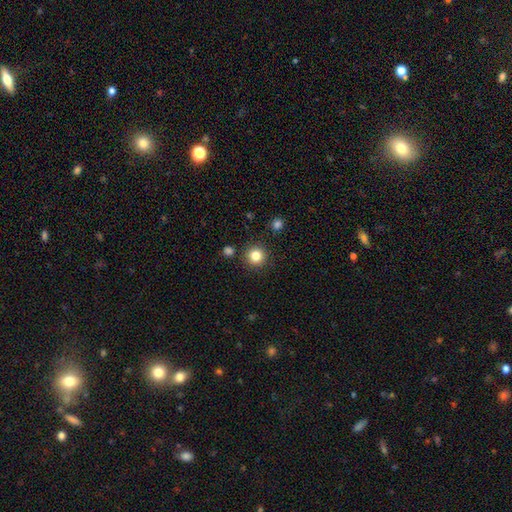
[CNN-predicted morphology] smooth 82%, star or artifact 12%, featured or disk 6%. Down the decision tree: how rounded — round (95%); merging — none (90%).